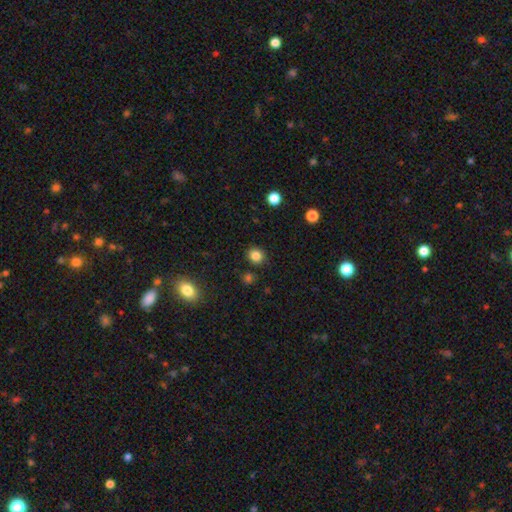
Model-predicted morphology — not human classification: Smooth or featured? smooth (84%)
How rounded? round (80%)
Merging? none (87%)